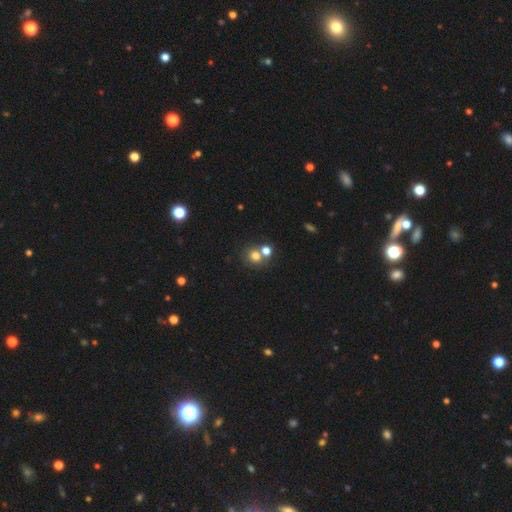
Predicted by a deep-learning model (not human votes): Morphology: type=smooth (75%); roundness=round (77%); merging=none (50%).